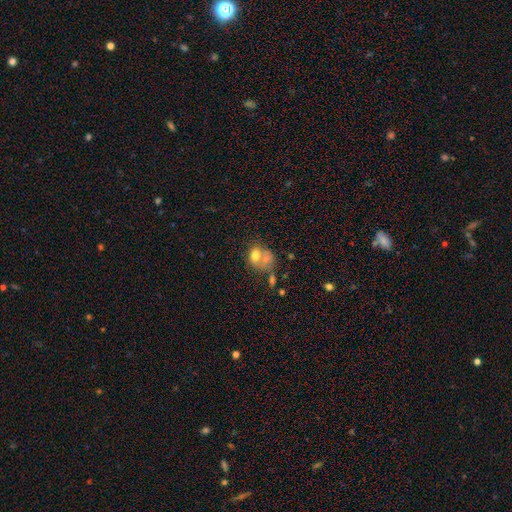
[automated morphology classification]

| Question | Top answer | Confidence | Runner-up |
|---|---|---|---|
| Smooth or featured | smooth | 65% | featured or disk (24%) |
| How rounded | in between | 52% | round (47%) |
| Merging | merger | 51% | none (24%) |